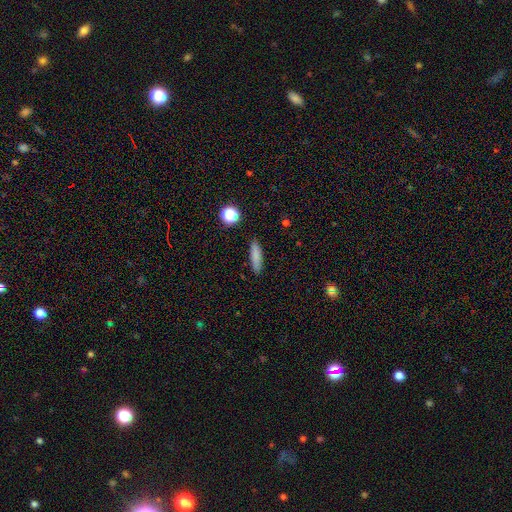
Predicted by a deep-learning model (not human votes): Smooth or featured? smooth (81%)
How rounded? cigar-shaped (73%)
Merging? none (88%)